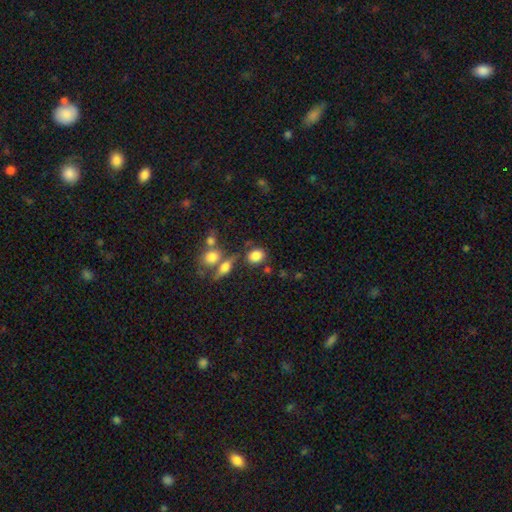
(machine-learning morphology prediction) This appears to be a smooth galaxy with no disk features (82%) that is in between round and cigar-shaped (49%). Merging: none (65%).